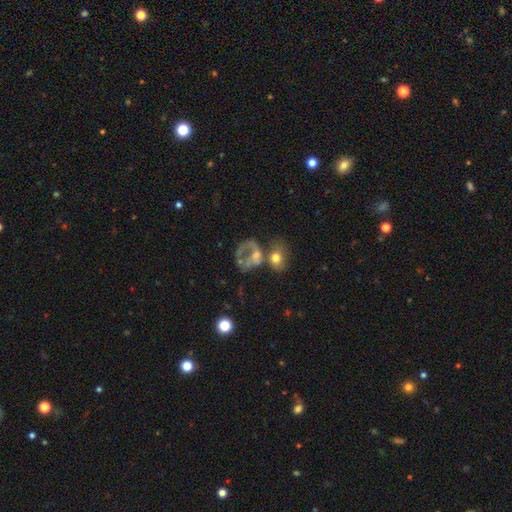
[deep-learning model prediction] This appears to be a featured or disk galaxy (45%). Merging: merger (40%).